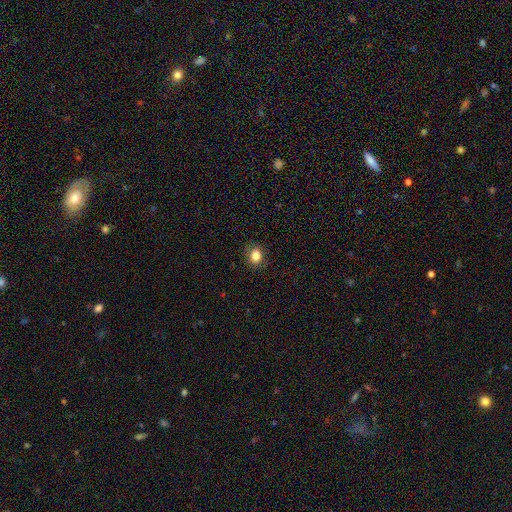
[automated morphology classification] smooth 84%, star or artifact 10%, featured or disk 6%. Down the decision tree: how rounded — round (57%); merging — none (86%).